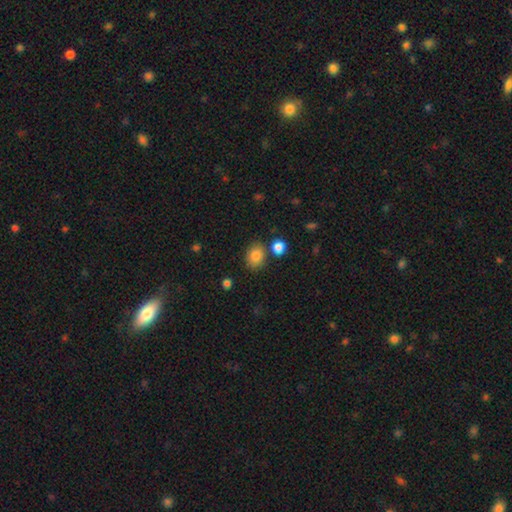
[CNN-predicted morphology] smooth-or-featured: smooth: 84% | star or artifact: 10% | featured or disk: 6%
  how-rounded: in between: 52% | round: 47% | cigar-shaped: 1%
  merging: none: 76% | minor disturbance: 12% | merger: 9% | major disturbance: 3%